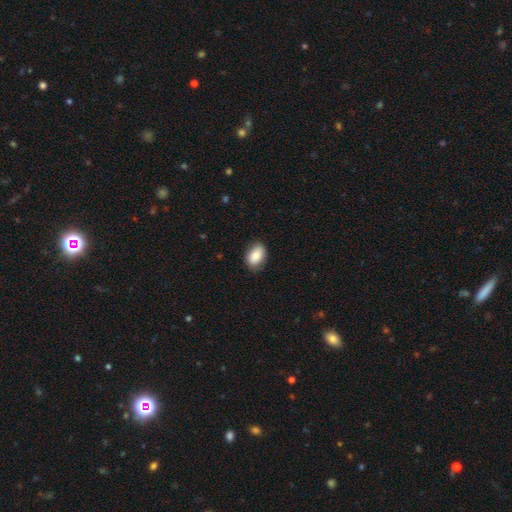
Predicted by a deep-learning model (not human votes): Q: Smooth or featured?
A: smooth (85%); runner-up: featured or disk (8%)
Q: How rounded?
A: in between (85%); runner-up: round (13%)
Q: Merging?
A: none (81%); runner-up: minor disturbance (15%)